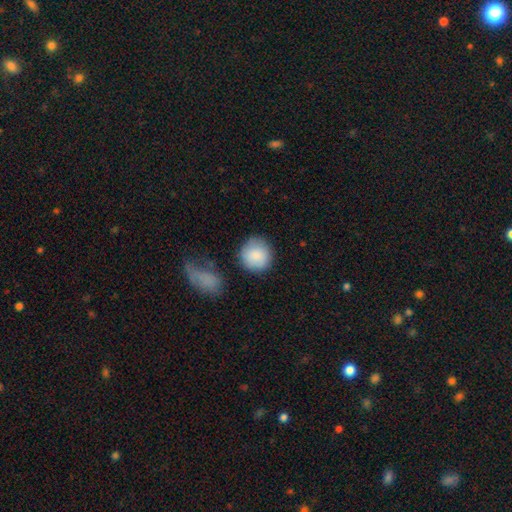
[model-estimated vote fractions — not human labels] A smooth galaxy with no disk features (88%) that is round (92%). Merging: none (80%).